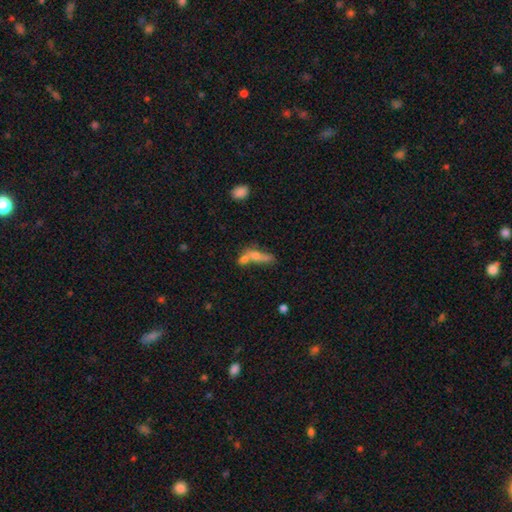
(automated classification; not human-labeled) A smooth galaxy with no disk features (52%) that is in between round and cigar-shaped (44%).

Vote fractions:
- Smooth or featured? smooth: 52% / featured or disk: 35% / star or artifact: 13%
- How rounded? in between: 44% / cigar-shaped: 43% / round: 13%
- Merging? merger: 53% / none: 27% / minor disturbance: 11% / major disturbance: 9%